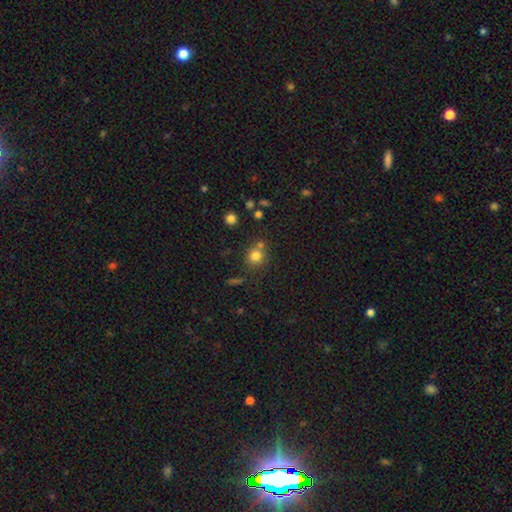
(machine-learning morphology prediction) A smooth galaxy with no disk features (78%) that is round (86%). Merging: none (64%).